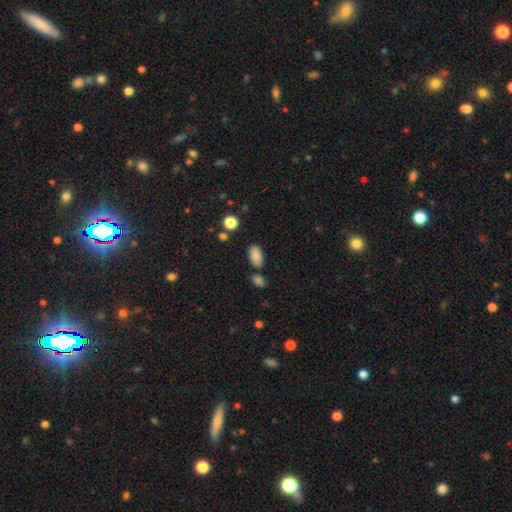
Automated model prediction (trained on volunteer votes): Smooth or featured? Predicted: smooth (p=0.84). How rounded? Predicted: in between (p=0.92). Merging? Predicted: none (p=0.71).